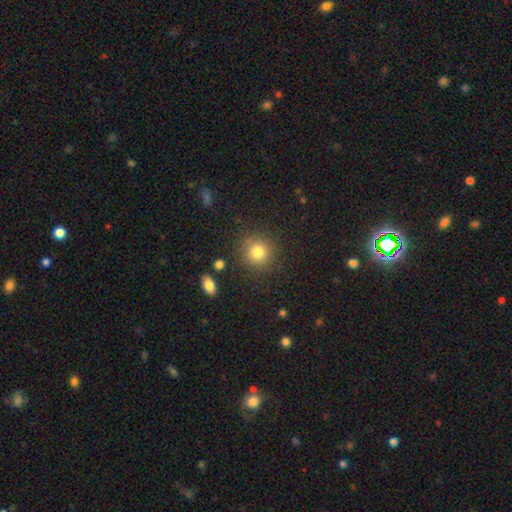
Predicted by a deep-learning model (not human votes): Q: Smooth or featured?
A: smooth (78%); runner-up: star or artifact (15%)
Q: How rounded?
A: round (93%); runner-up: in between (6%)
Q: Merging?
A: none (90%); runner-up: minor disturbance (6%)